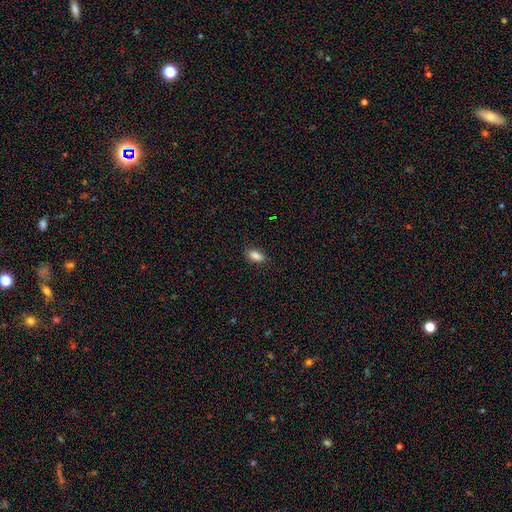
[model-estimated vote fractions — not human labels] This is clearly a smooth galaxy (86%). How rounded: clearly in between (89%). Merging: clearly none (85%).